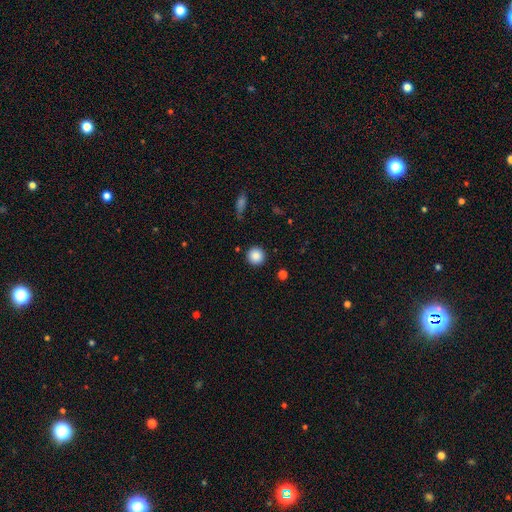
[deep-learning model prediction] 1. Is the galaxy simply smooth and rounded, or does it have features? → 88% smooth, 9% star or artifact, 4% featured or disk.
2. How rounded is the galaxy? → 96% round, 3% in between, 1% cigar-shaped.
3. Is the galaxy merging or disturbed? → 91% none, 6% minor disturbance, 2% major disturbance, 2% merger.